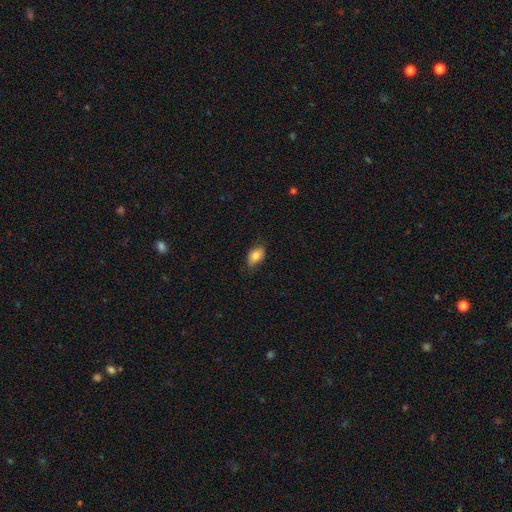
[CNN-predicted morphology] This is clearly a smooth galaxy (81%). How rounded: clearly in between (88%). Merging: likely none (76%).